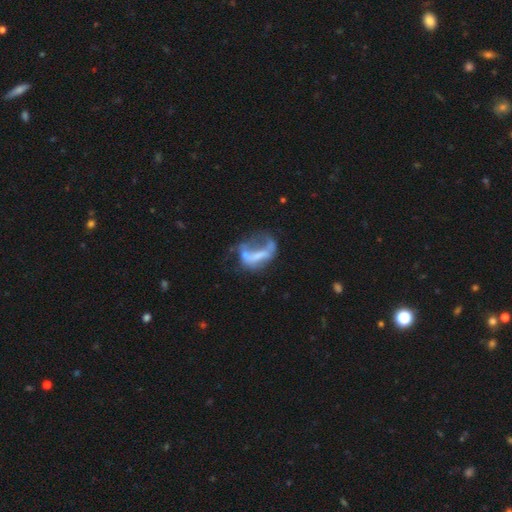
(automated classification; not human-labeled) This is possibly a featured or disk galaxy (55%). It is clearly not viewed edge-on (95%). Bar: likely no (63%). Spiral arm pattern: likely no (80%). Central bulge: likely none (60%). Merging: possibly major disturbance (47%).